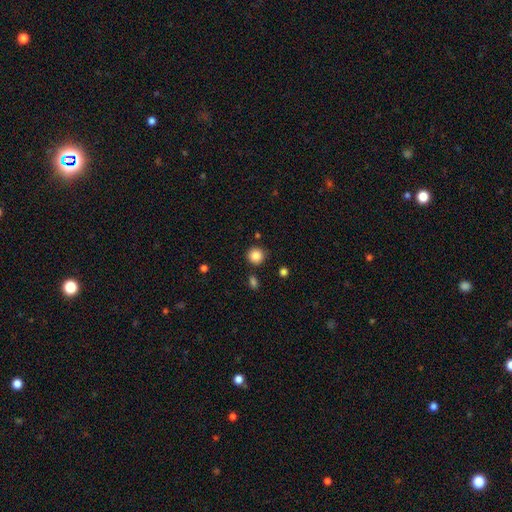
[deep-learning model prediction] Smooth or featured? Predicted: smooth (p=0.86). How rounded? Predicted: round (p=0.92). Merging? Predicted: none (p=0.86).